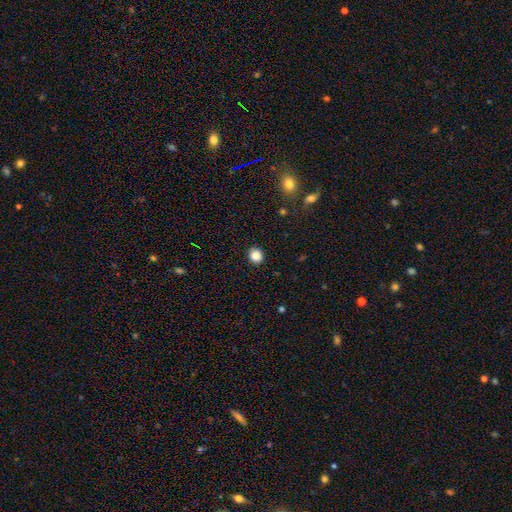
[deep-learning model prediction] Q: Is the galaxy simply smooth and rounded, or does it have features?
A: smooth — 86%.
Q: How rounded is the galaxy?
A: round — 80%.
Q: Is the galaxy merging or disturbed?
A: none — 91%.